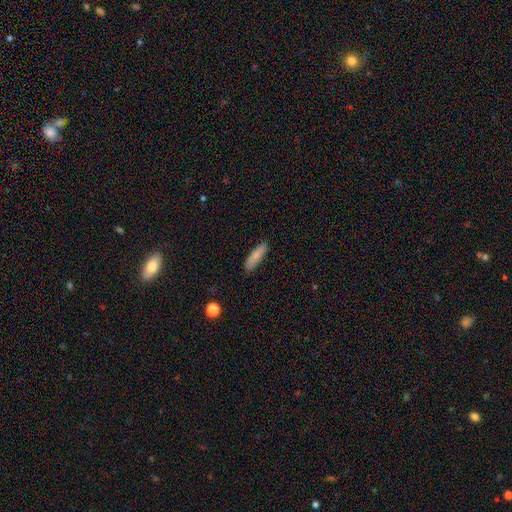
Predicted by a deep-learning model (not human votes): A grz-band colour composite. It shows a smooth galaxy with no disk features (82%) that is cigar-shaped (60%). Merging: none (86%).